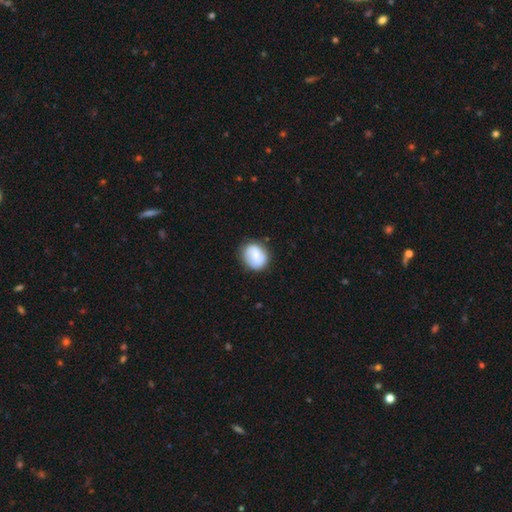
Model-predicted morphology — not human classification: The model was most divided on "smooth or featured": smooth: 54%, featured or disk: 39%, star or artifact: 7%. More confident: merging — none (79%); how rounded — round (67%).